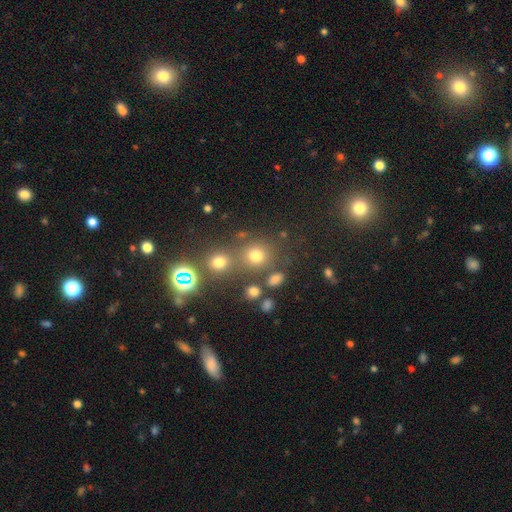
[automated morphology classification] smooth_or_featured: smooth (p=0.67) [alt: star or artifact p=0.25]
how_rounded: round (p=0.85) [alt: in between p=0.14]
merging: none (p=0.65) [alt: merger p=0.21]